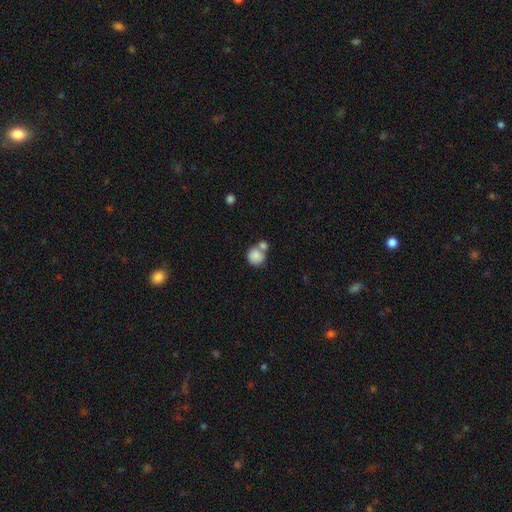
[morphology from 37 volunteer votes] This is clearly a smooth galaxy (84%). How rounded: clearly round (94%). Merging: clearly merger (80%).